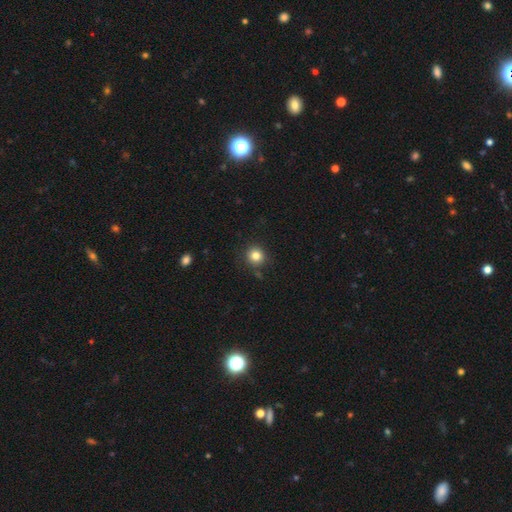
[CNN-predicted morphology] This is clearly a smooth galaxy (82%). How rounded: clearly round (92%). Merging: clearly none (87%).